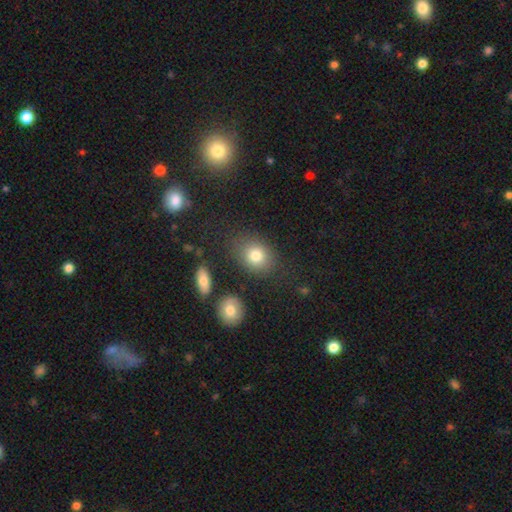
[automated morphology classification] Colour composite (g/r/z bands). It shows a smooth galaxy with no disk features (78%) that is in between round and cigar-shaped (49%, tied with round). Merging: none (78%).